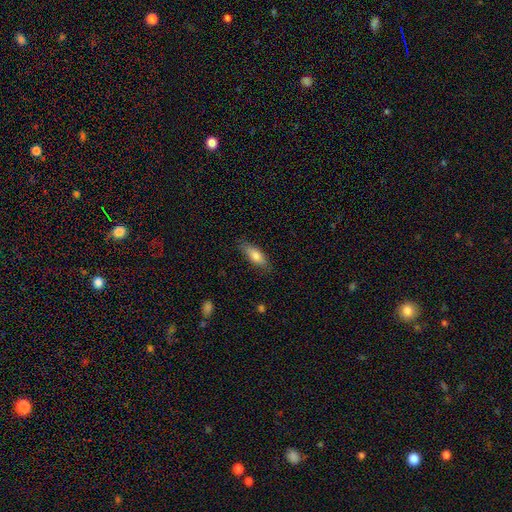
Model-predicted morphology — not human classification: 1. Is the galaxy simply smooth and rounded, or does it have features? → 77% smooth, 16% featured or disk, 7% star or artifact.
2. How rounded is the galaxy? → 65% in between, 33% cigar-shaped, 2% round.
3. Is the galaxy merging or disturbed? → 82% none, 14% minor disturbance, 3% major disturbance, 1% merger.